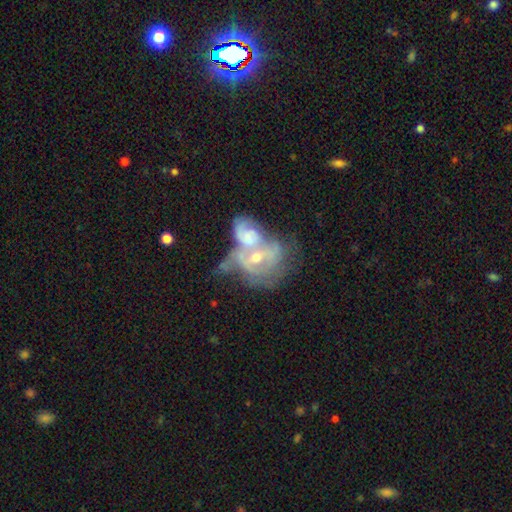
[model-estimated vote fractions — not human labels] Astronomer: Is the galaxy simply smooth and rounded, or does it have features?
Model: featured or disk — 71%.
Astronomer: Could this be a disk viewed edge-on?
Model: no — 96%.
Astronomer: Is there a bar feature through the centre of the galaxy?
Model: no — 62%.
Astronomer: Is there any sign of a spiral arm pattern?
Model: yes — 65%.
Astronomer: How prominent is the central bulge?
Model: moderate — 57% (runner-up: small, 35%).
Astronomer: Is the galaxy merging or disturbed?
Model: merger — 72%.